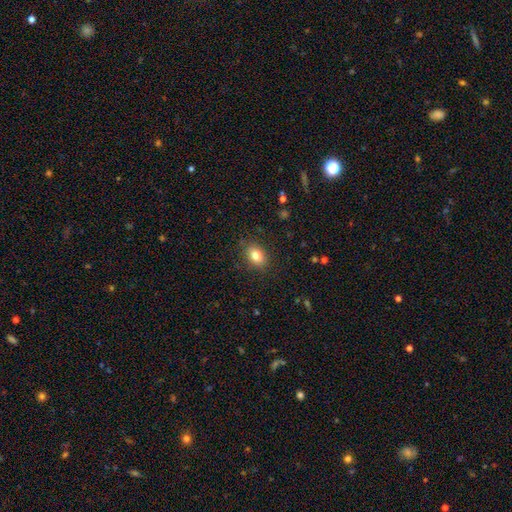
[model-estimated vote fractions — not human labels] smooth_or_featured: smooth (p=0.82) [alt: star or artifact p=0.09]
how_rounded: in between (p=0.75) [alt: round p=0.24]
merging: none (p=0.87) [alt: minor disturbance p=0.10]